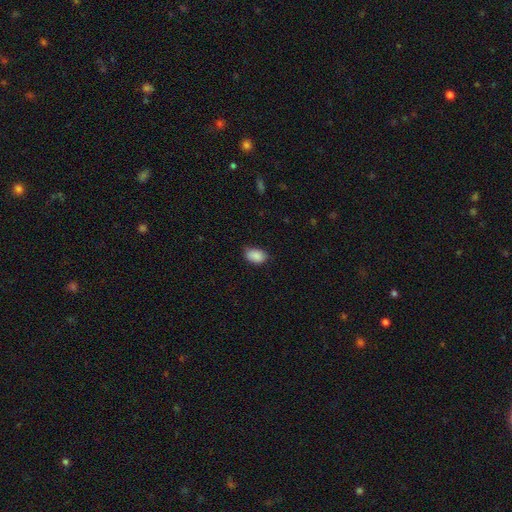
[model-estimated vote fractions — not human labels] Morphology: type=smooth (89%); roundness=in between (87%); merging=none (73%).